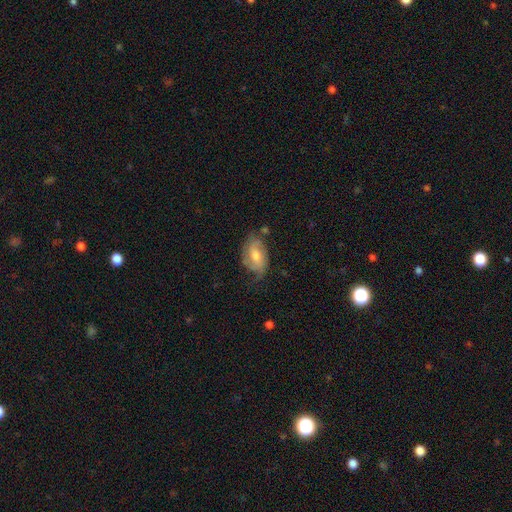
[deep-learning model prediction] Morphology: type=featured or disk (65%); edge-on=no (95%); bar=no (46%); spiral arms=yes (88%); winding=medium (42%); arm count=2 (58%); bulge=moderate (62%); merging=none (59%).